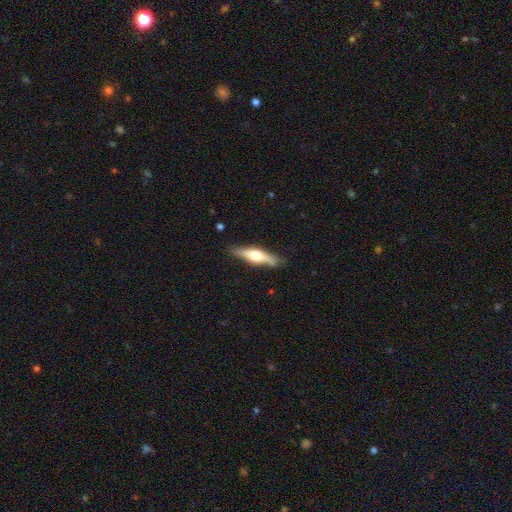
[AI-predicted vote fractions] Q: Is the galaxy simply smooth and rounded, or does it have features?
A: featured or disk — 59%.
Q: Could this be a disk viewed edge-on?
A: yes — 94%.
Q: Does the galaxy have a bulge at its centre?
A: rounded — 91%.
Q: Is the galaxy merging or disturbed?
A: none — 82%.